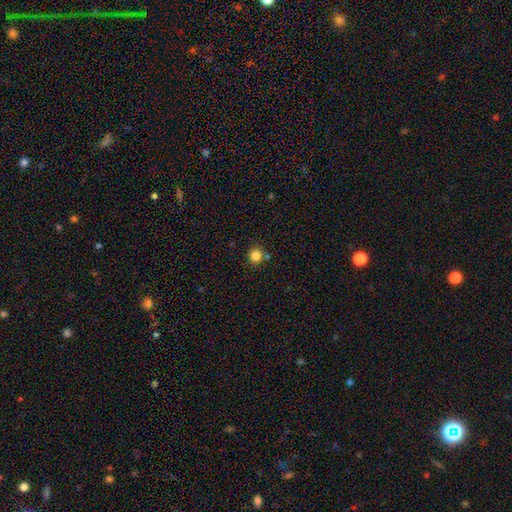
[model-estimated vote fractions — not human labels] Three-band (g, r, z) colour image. It shows a smooth galaxy with no disk features (83%) that is round (90%). Merging: none (82%).